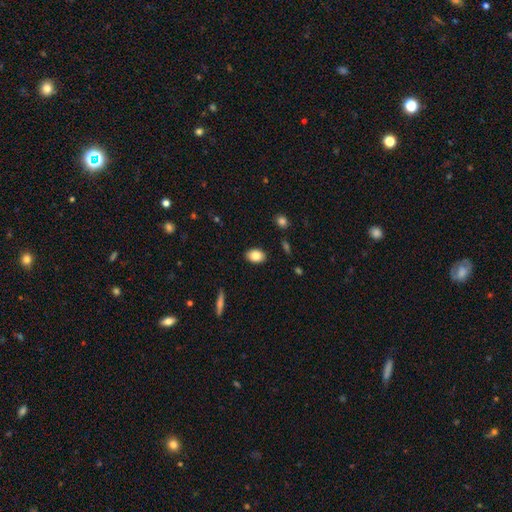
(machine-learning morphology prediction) type=smooth (84%); roundness=in between (82%); merging=none (89%).